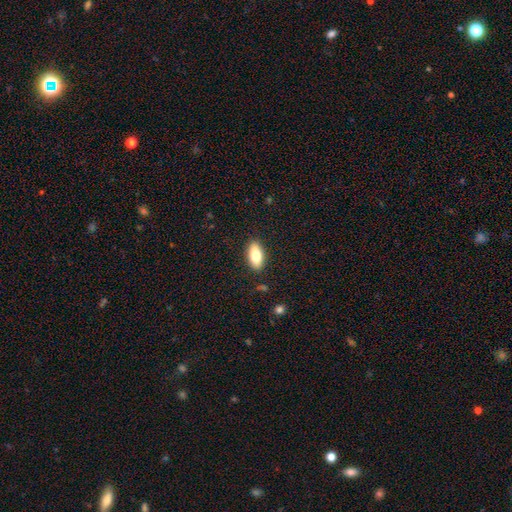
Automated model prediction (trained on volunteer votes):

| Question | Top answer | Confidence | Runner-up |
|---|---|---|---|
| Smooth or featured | smooth | 78% | featured or disk (15%) |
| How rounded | in between | 89% | cigar-shaped (8%) |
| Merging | none | 88% | minor disturbance (8%) |